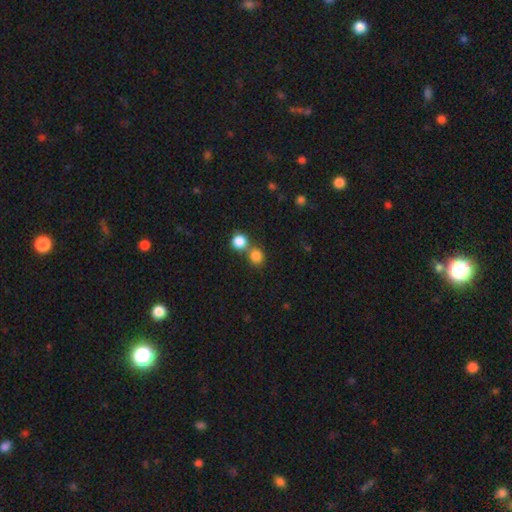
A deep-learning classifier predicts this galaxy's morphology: type=smooth (82%); roundness=round (82%); merging=none (50%).